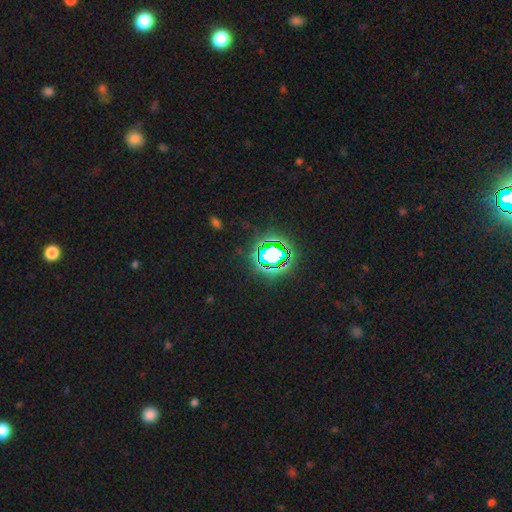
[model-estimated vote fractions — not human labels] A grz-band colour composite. It shows a star or artifact, not a galaxy (80%).